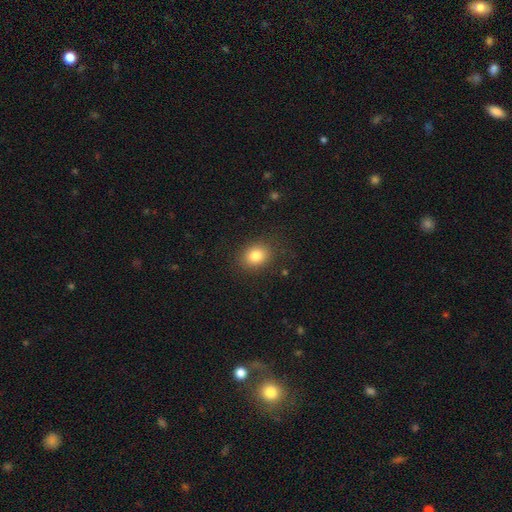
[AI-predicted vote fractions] Q: Smooth or featured?
A: smooth (82%); runner-up: star or artifact (10%)
Q: How rounded?
A: round (53%); runner-up: in between (46%)
Q: Merging?
A: none (85%); runner-up: minor disturbance (10%)